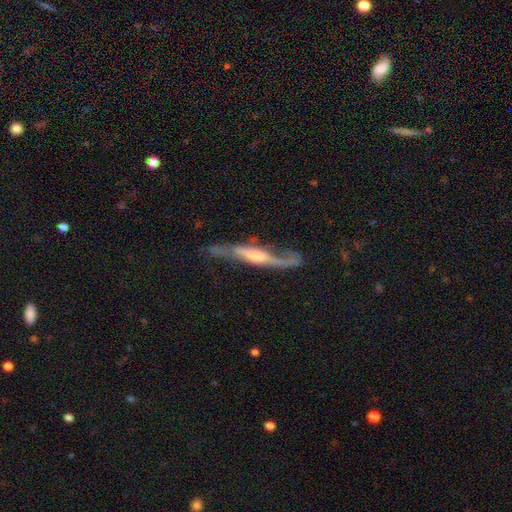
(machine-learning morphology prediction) Overall: featured or disk (73%). Edge-on disk: yes (63%; no 37%). Merging: none (53%; minor disturbance 23%).